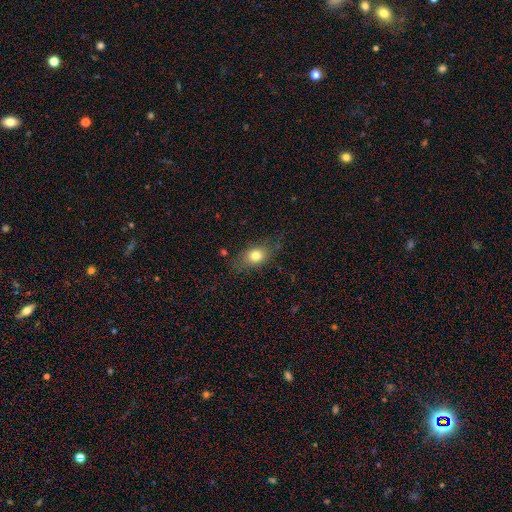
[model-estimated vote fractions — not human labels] Smooth or featured? Predicted: smooth (p=0.76). How rounded? Predicted: in between (p=0.66). Merging? Predicted: none (p=0.72).